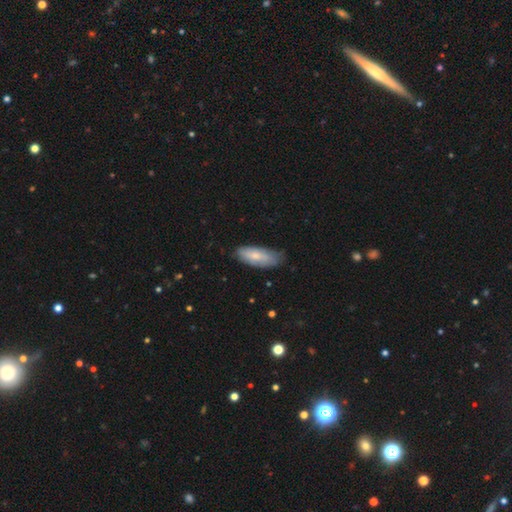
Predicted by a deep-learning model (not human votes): smooth 72%, featured or disk 22%, star or artifact 6%. Down the decision tree: how rounded — in between (74%); merging — none (68%).